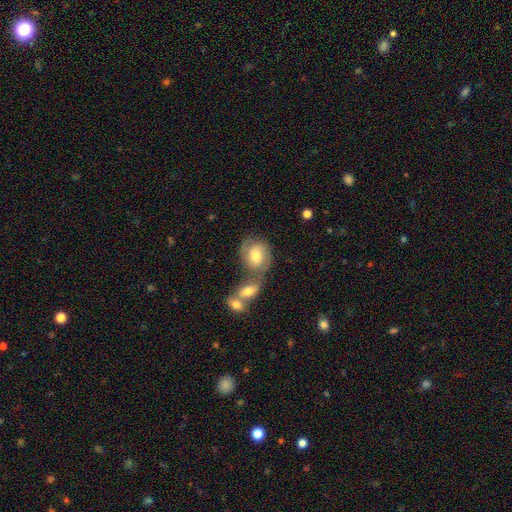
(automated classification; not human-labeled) A featured or disk galaxy (53%) with no bar (64%), spiral arms (84%) and a moderate central bulge (64%). Merging: merger (42%).